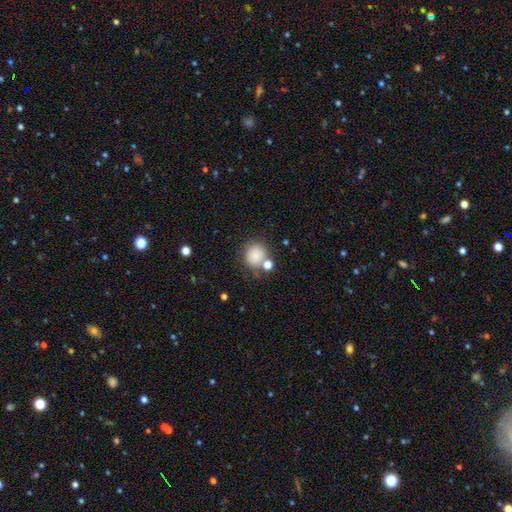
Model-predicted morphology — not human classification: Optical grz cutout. It shows a smooth galaxy with no disk features (83%) that is round (81%). Merging: none (66%).